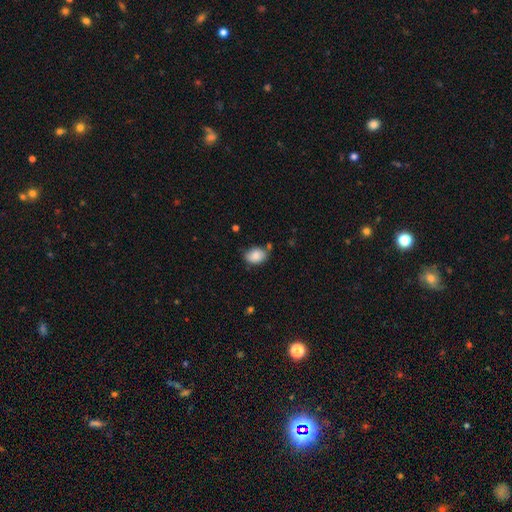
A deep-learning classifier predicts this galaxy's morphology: smooth_or_featured: smooth (p=0.85) [alt: star or artifact p=0.08]
how_rounded: in between (p=0.72) [alt: round p=0.27]
merging: none (p=0.65) [alt: minor disturbance p=0.24]